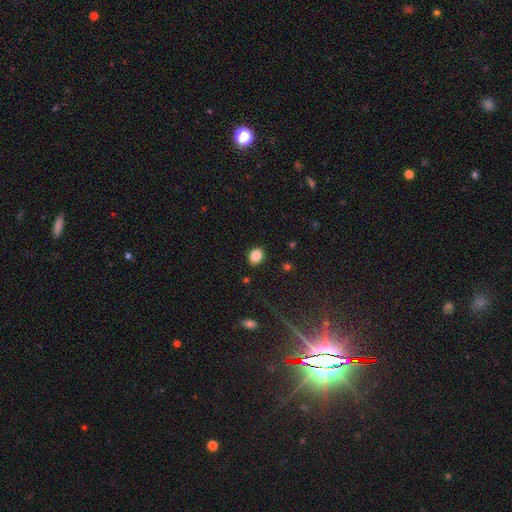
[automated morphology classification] This appears to be a smooth galaxy with no disk features (86%) that is round (54%). Merging: none (89%).